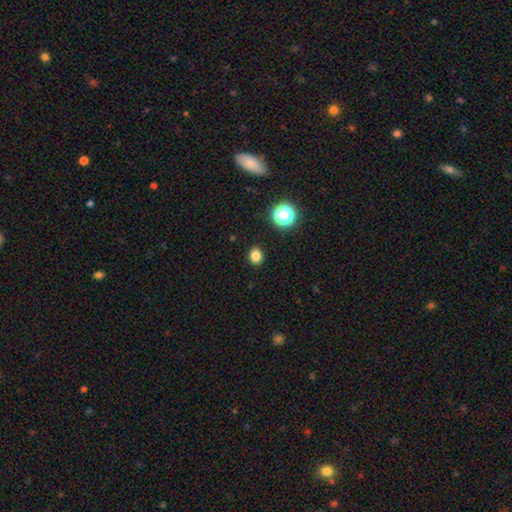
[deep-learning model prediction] smooth 81%, star or artifact 14%, featured or disk 5%. Down the decision tree: how rounded — round (66%); merging — none (91%).